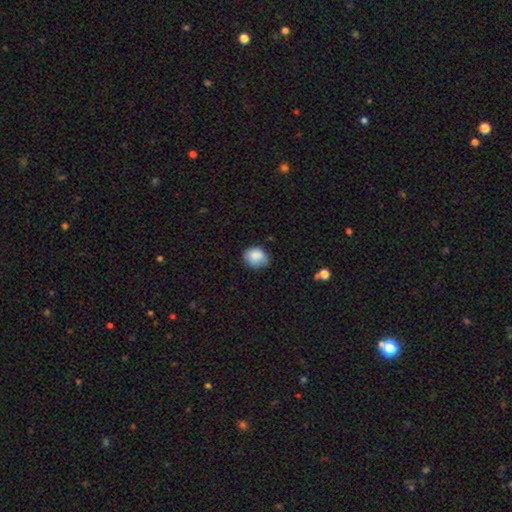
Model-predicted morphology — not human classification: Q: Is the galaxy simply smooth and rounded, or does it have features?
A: smooth — 86%.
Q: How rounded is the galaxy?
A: round — 56%.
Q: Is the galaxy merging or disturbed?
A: none — 70%.